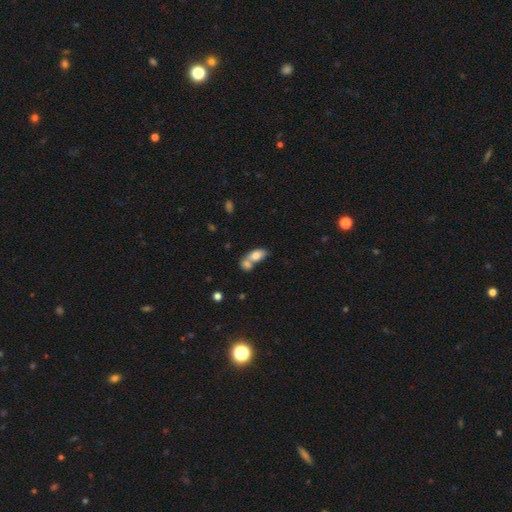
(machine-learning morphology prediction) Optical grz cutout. It shows a smooth galaxy with no disk features (75%) that is in between round and cigar-shaped (86%). Merging: merger (65%).